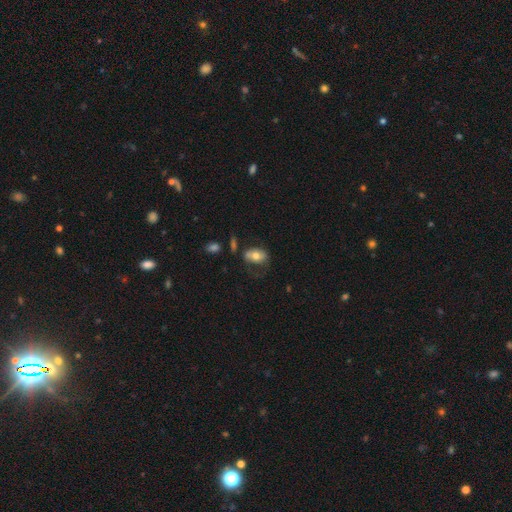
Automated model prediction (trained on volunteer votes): A smooth galaxy with no disk features (65%) that is in between round and cigar-shaped (85%).

Vote fractions:
- Smooth or featured? smooth: 65% / featured or disk: 27% / star or artifact: 8%
- How rounded? in between: 85% / round: 13% / cigar-shaped: 2%
- Merging? none: 44% / minor disturbance: 28% / major disturbance: 19% / merger: 8%